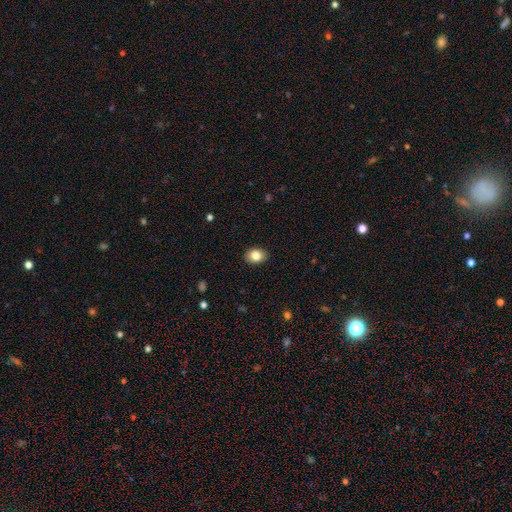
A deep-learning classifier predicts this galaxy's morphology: Q: Smooth or featured?
A: smooth (85%); runner-up: star or artifact (8%)
Q: How rounded?
A: in between (70%); runner-up: round (29%)
Q: Merging?
A: none (90%); runner-up: minor disturbance (7%)